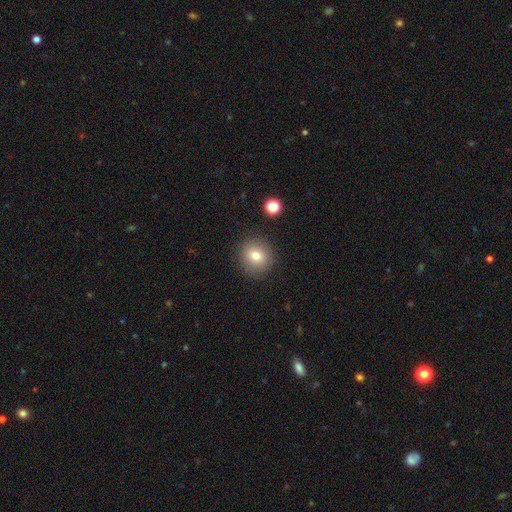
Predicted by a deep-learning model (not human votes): A smooth galaxy with no disk features (79%) that is round (87%).

Vote fractions:
- Smooth or featured? smooth: 79% / star or artifact: 11% / featured or disk: 10%
- How rounded? round: 87% / in between: 12% / cigar-shaped: 1%
- Merging? none: 88% / minor disturbance: 8% / major disturbance: 3% / merger: 2%